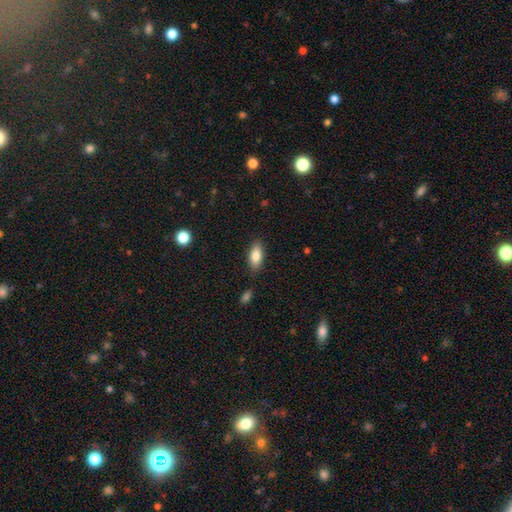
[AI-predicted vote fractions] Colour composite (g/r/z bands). It shows a smooth galaxy with no disk features (84%) that is in between round and cigar-shaped (86%). Merging: none (83%).